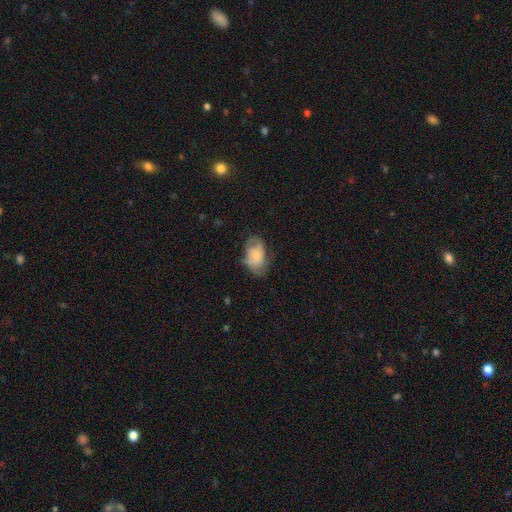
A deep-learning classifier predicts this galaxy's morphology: A smooth galaxy with no disk features (54%) that is in between round and cigar-shaped (89%). Merging: none (55%).